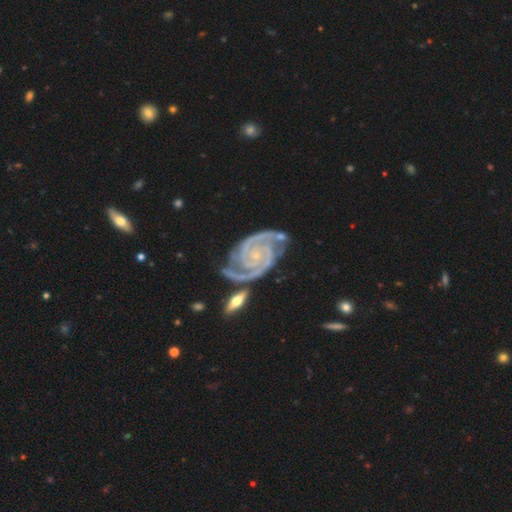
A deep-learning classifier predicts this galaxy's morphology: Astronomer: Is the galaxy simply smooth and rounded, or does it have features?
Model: featured or disk — 93%.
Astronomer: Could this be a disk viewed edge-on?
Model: no — 97%.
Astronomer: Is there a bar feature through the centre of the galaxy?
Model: no — 68%.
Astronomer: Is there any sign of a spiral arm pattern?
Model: yes — 99%.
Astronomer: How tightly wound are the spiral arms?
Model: tight — 72%.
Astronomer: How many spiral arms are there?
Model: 2 — 74%.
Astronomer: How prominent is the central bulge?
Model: small — 81%.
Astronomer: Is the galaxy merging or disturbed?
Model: none — 68%.